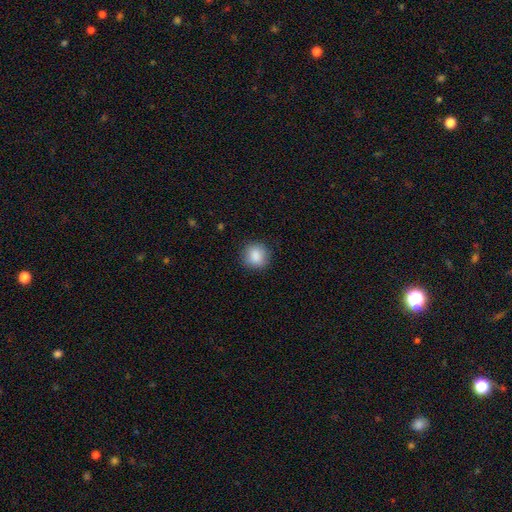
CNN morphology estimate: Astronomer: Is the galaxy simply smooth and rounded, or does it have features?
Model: smooth — 88%.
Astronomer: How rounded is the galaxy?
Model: round — 88%.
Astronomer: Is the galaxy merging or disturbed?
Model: none — 88%.